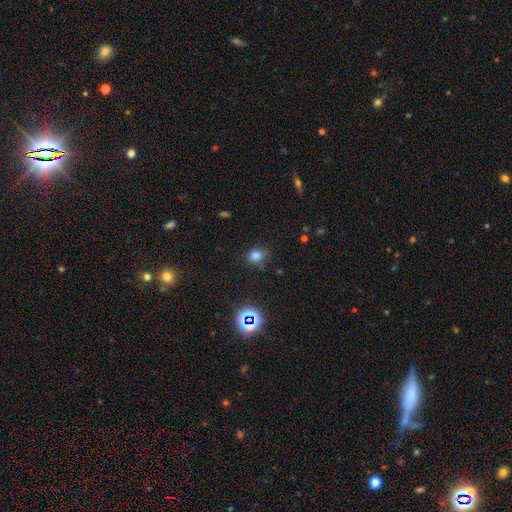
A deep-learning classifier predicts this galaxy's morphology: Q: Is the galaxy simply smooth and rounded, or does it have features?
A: smooth — 75%.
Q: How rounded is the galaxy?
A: round — 62%.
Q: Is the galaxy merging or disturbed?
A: none — 72%.